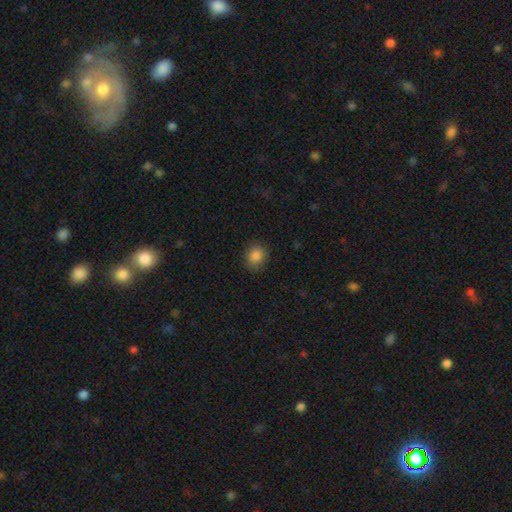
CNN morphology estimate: smooth_or_featured: smooth (p=0.86) [alt: star or artifact p=0.10]
how_rounded: round (p=0.73) [alt: in between p=0.26]
merging: none (p=0.87) [alt: minor disturbance p=0.10]